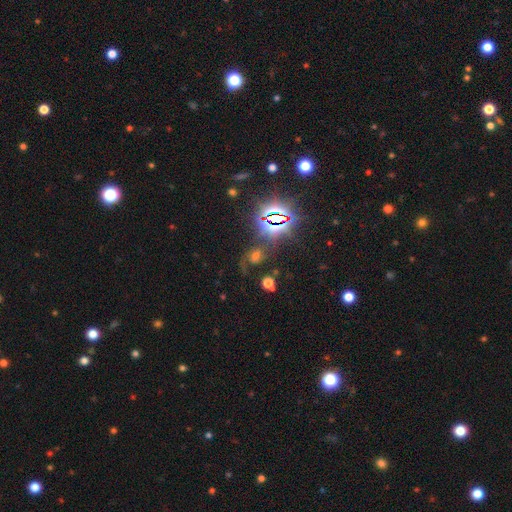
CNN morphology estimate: Smooth or featured? Predicted: star or artifact (p=0.48).